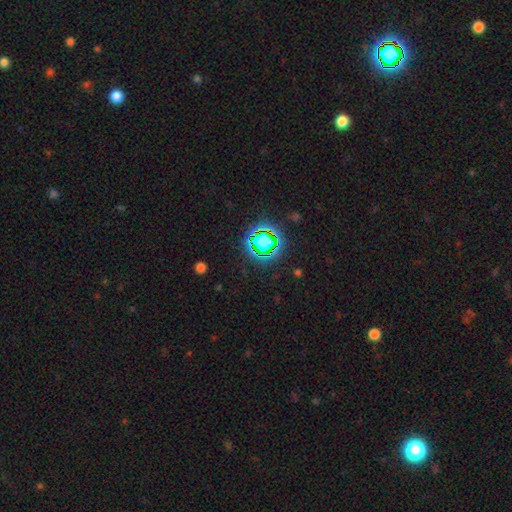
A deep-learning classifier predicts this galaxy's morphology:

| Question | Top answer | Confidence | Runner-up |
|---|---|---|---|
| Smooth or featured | star or artifact | 80% | smooth (13%) |